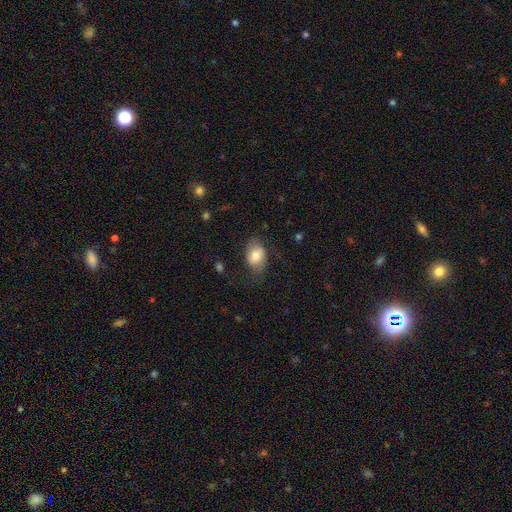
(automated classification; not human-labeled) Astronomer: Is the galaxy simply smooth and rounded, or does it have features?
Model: smooth — 77%.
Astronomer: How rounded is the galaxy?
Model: in between — 79%.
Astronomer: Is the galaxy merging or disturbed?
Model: none — 68%.